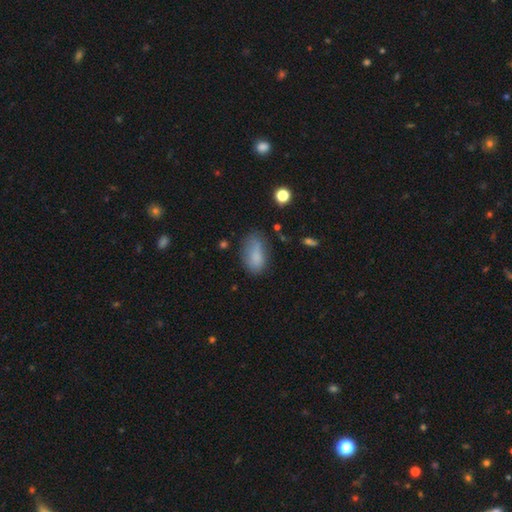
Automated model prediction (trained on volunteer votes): A smooth galaxy with no disk features (79%) that is in between round and cigar-shaped (90%).

Vote fractions:
- Smooth or featured? smooth: 79% / featured or disk: 11% / star or artifact: 10%
- How rounded? in between: 90% / round: 5% / cigar-shaped: 4%
- Merging? none: 56% / minor disturbance: 29% / major disturbance: 11% / merger: 4%